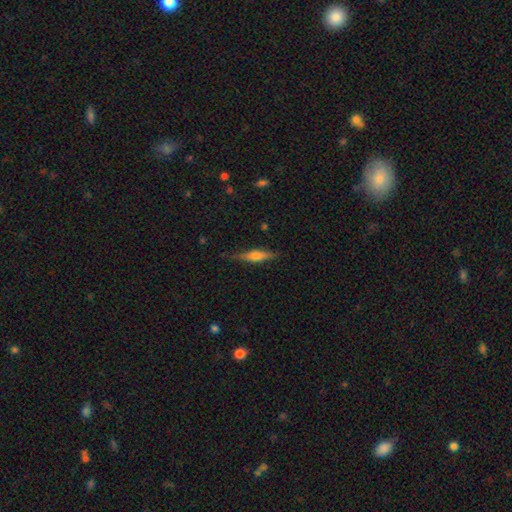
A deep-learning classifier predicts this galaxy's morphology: Q: Smooth or featured?
A: featured or disk (51%); runner-up: smooth (42%)
Q: Edge-on disk?
A: yes (94%); runner-up: no (6%)
Q: Merging?
A: none (81%); runner-up: minor disturbance (15%)